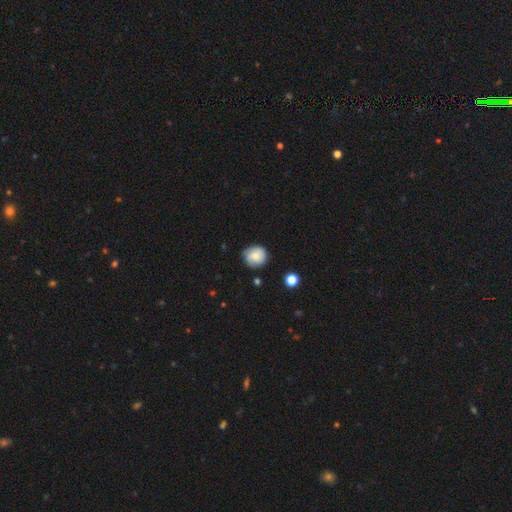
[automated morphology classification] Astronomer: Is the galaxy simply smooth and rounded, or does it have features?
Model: smooth — 61%.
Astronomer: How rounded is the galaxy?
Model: round — 88%.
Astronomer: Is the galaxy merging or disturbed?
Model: none — 76%.